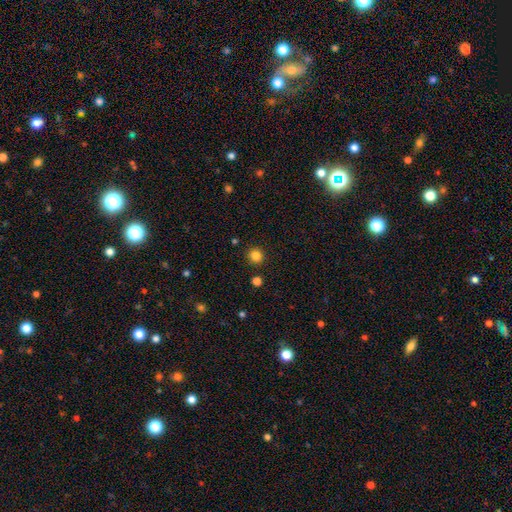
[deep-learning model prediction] Morphology: type=smooth (83%); roundness=round (92%); merging=none (91%).